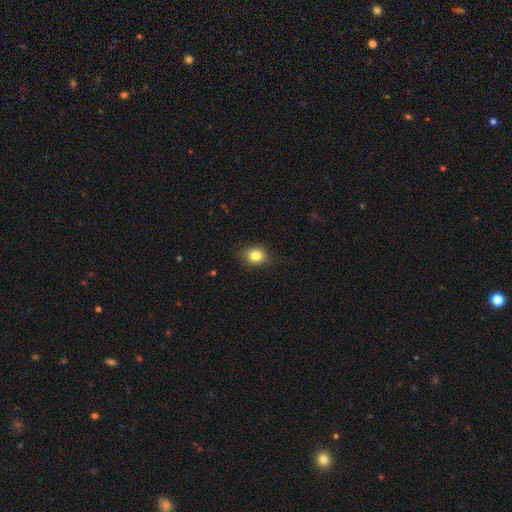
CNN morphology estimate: This is clearly a smooth galaxy (83%). How rounded: possibly round (57%). Merging: clearly none (84%).